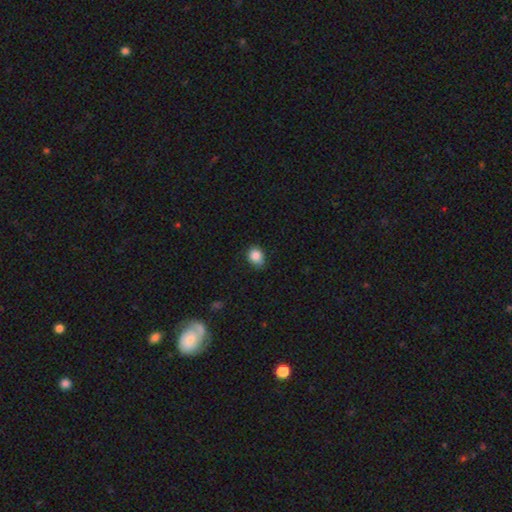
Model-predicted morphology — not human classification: smooth_or_featured: smooth (p=0.85) [alt: star or artifact p=0.09]
how_rounded: round (p=0.59) [alt: in between p=0.40]
merging: none (p=0.69) [alt: minor disturbance p=0.26]